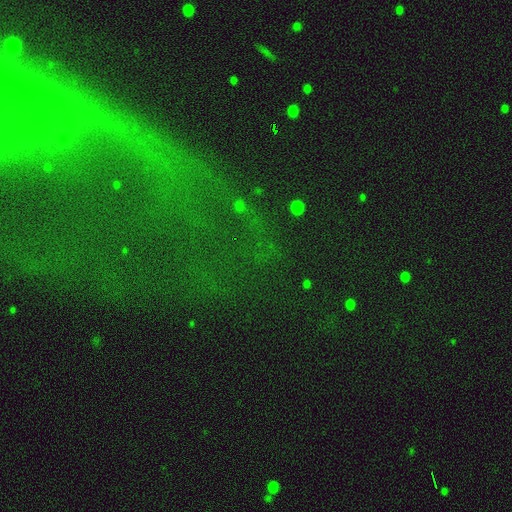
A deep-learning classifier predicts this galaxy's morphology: Smooth or featured? Predicted: star or artifact (p=0.63).